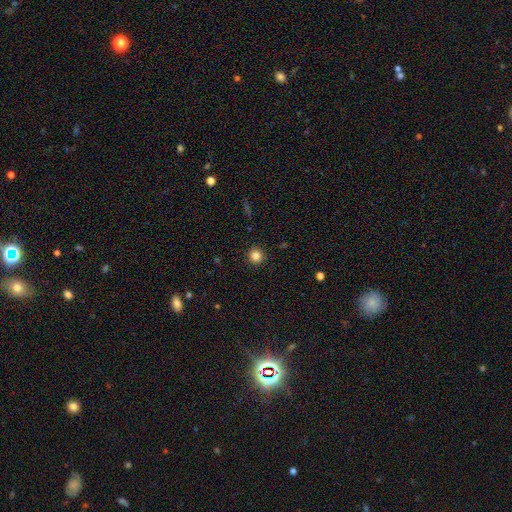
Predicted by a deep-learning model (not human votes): Overall: smooth (84%). How rounded: round (94%). Merging: none (92%).